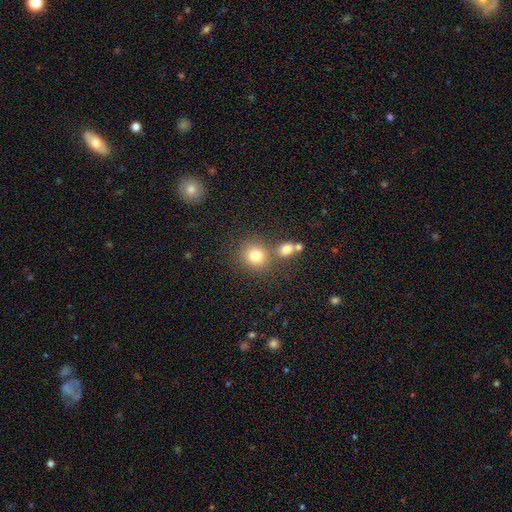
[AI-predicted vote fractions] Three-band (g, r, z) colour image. It shows a smooth galaxy with no disk features (78%) that is round (84%). Merging: none (68%).